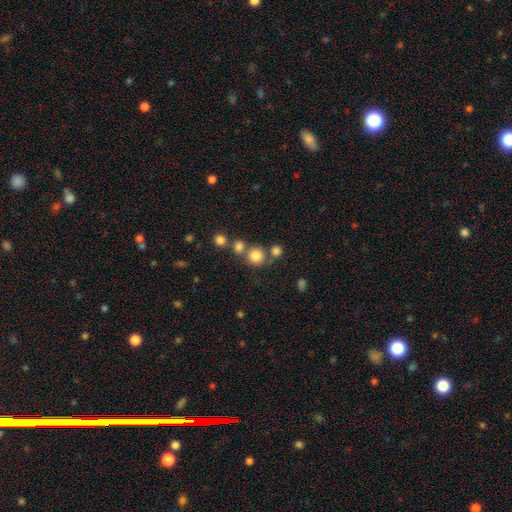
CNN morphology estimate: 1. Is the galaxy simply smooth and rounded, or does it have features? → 80% smooth, 13% star or artifact, 7% featured or disk.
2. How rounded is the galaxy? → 92% round, 7% in between, 1% cigar-shaped.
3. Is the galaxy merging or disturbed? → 65% none, 24% merger, 8% minor disturbance, 4% major disturbance.